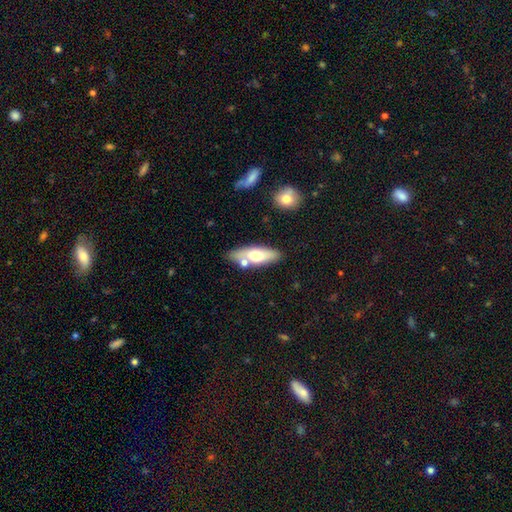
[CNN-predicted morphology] A smooth galaxy with no disk features (58%) that is in between round and cigar-shaped (64%).

Vote fractions:
- Smooth or featured? smooth: 58% / featured or disk: 36% / star or artifact: 6%
- How rounded? in between: 64% / cigar-shaped: 33% / round: 3%
- Merging? none: 72% / minor disturbance: 13% / merger: 12% / major disturbance: 3%